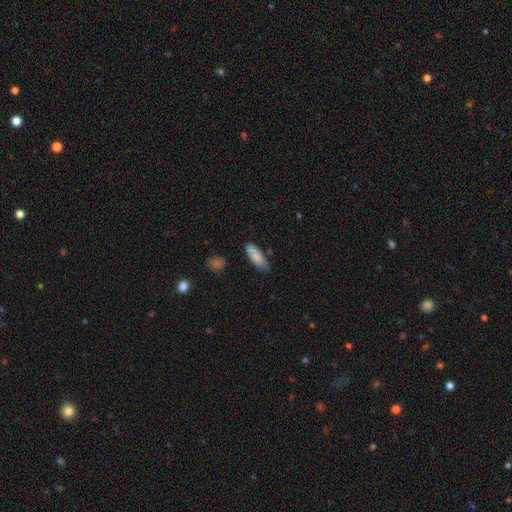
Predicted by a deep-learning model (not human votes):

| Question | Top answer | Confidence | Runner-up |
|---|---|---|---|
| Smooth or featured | smooth | 84% | featured or disk (10%) |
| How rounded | in between | 64% | cigar-shaped (34%) |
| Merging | none | 74% | minor disturbance (19%) |